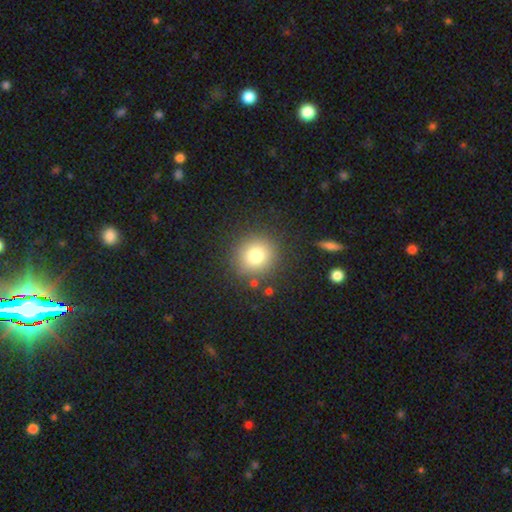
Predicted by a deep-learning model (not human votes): A smooth galaxy with no disk features (79%) that is round (91%). Merging: none (87%).